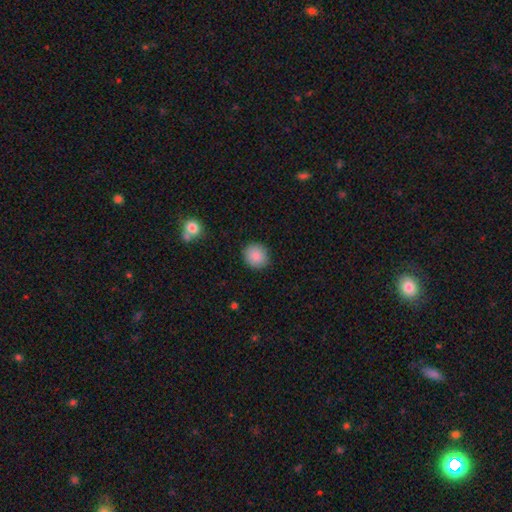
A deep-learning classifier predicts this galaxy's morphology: Smooth or featured: smooth — 88% (star or artifact — 8%)
How rounded: round — 83% (in between — 16%)
Merging: none — 89% (minor disturbance — 7%)